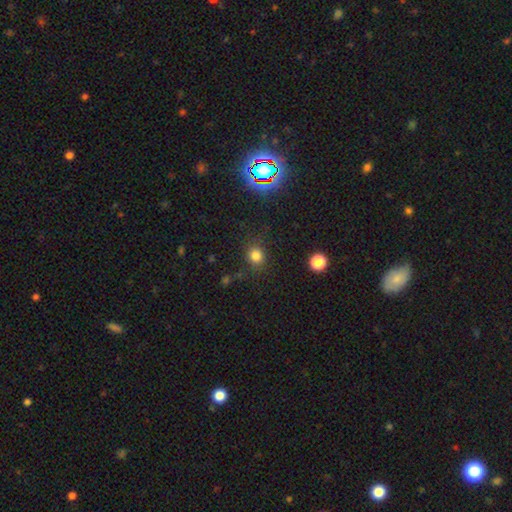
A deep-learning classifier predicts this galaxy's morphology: Smooth or featured? smooth (78%)
How rounded? round (80%)
Merging? none (83%)